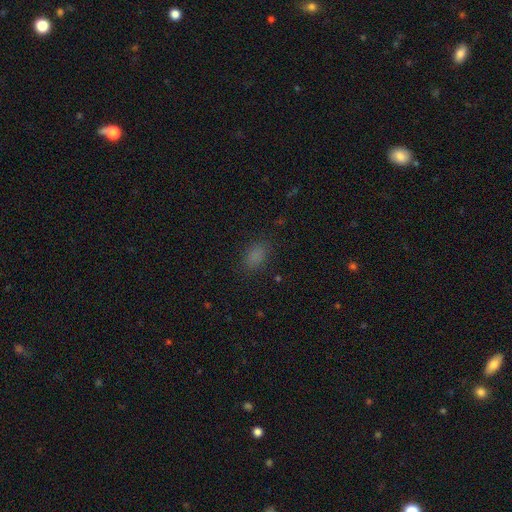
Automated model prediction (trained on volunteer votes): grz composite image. It shows a smooth galaxy with no disk features (81%) that is in between round and cigar-shaped (87%). Merging: none (82%).